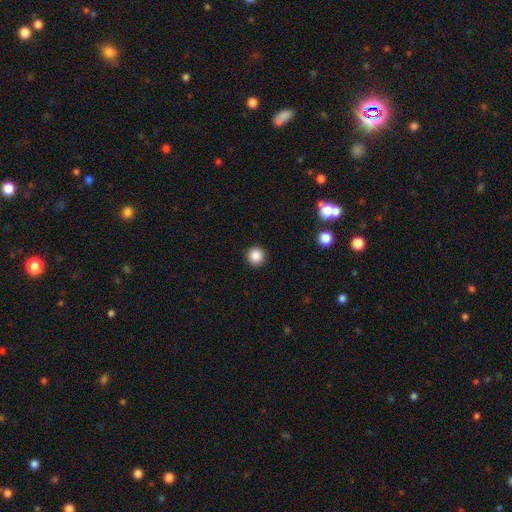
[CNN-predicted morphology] Smooth or featured: smooth — 86% (star or artifact — 10%)
How rounded: round — 96% (in between — 3%)
Merging: none — 93% (minor disturbance — 5%)